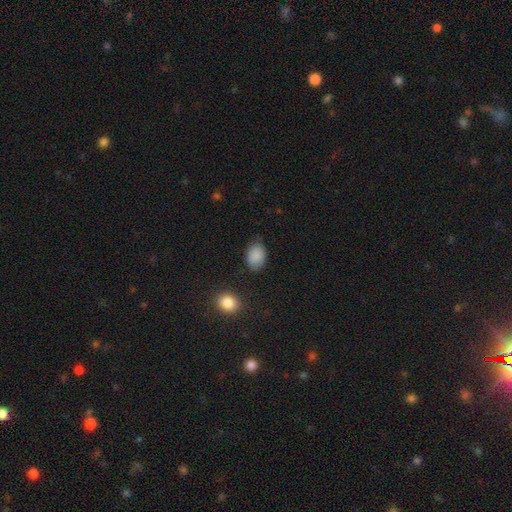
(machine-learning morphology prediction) This is clearly a smooth galaxy (88%). How rounded: likely in between (79%). Merging: likely none (74%).